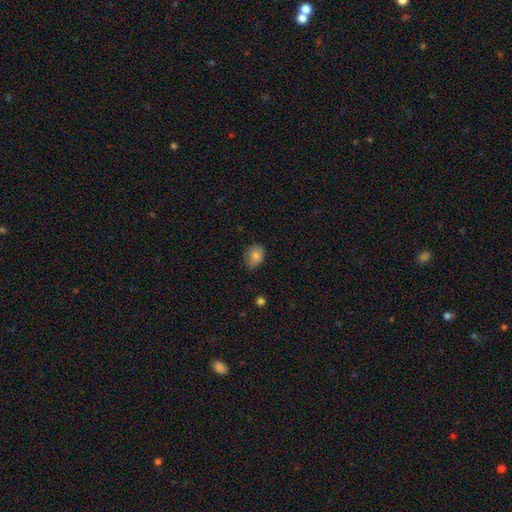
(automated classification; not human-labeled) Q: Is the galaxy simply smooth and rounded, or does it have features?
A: smooth — 80%.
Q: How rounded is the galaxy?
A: in between — 65%.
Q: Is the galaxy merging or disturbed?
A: none — 64%.